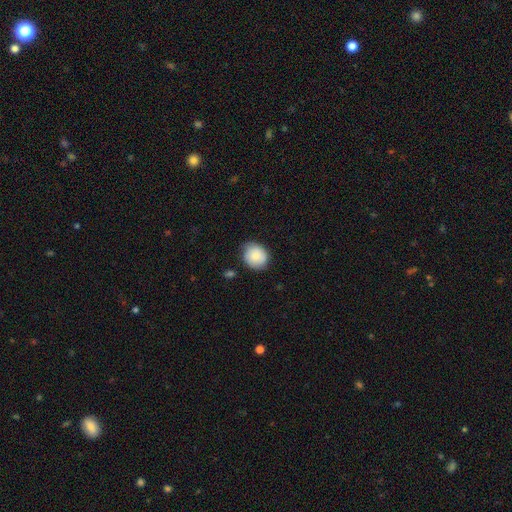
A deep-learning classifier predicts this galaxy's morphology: Smooth or featured? smooth (82%)
How rounded? round (72%)
Merging? none (75%)